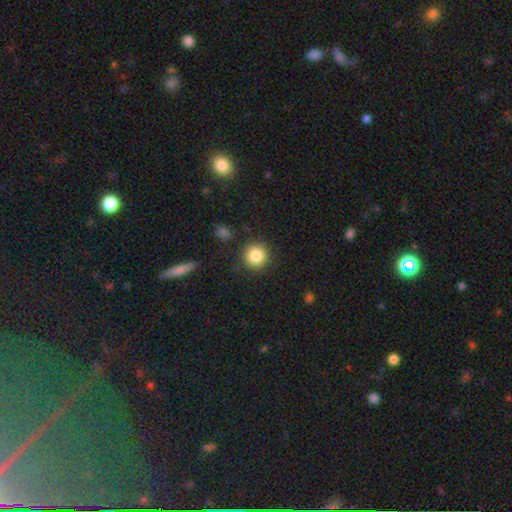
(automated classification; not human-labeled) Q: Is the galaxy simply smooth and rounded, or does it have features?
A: smooth — 85%.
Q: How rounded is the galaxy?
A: round — 94%.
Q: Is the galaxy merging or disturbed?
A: none — 89%.